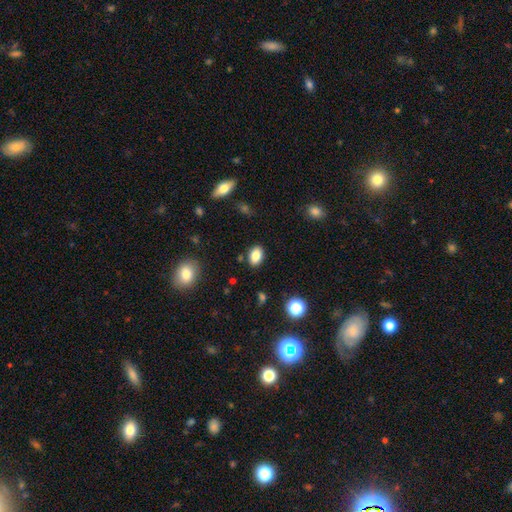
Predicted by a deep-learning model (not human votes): Overall: smooth (84%). How rounded: in between (84%). Merging: none (86%).